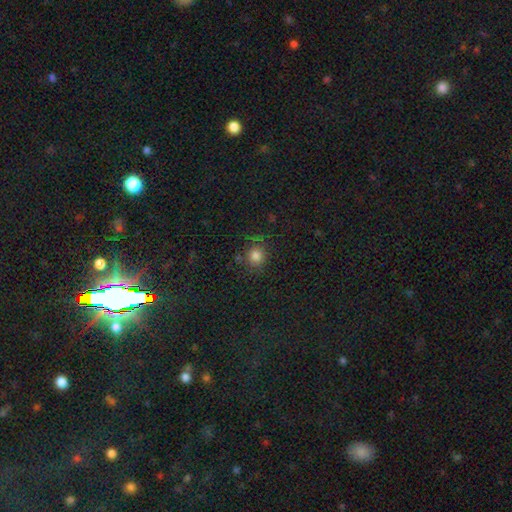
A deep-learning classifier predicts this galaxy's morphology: smooth_or_featured: smooth (p=0.78) [alt: star or artifact p=0.16]
how_rounded: round (p=0.89) [alt: in between p=0.10]
merging: none (p=0.78) [alt: minor disturbance p=0.13]